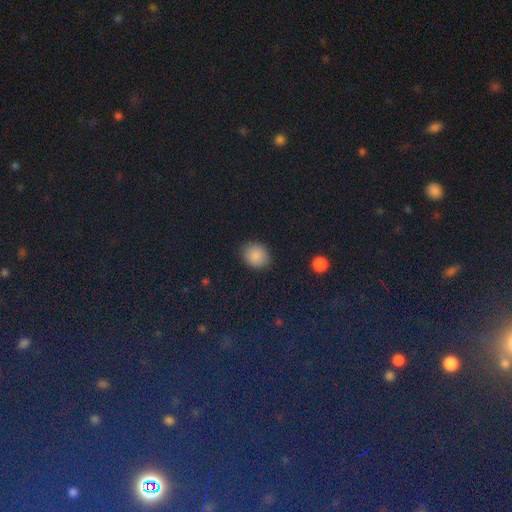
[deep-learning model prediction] Smooth or featured? smooth (85%)
How rounded? round (56%)
Merging? none (86%)